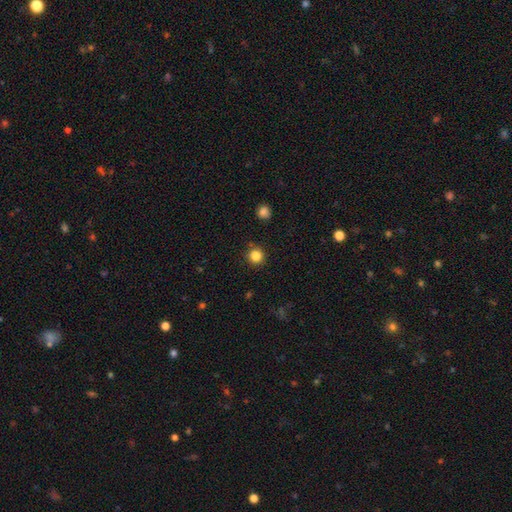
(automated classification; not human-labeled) The model was most divided on "smooth or featured": smooth: 84%, star or artifact: 12%, featured or disk: 4%. More confident: how rounded — round (94%); merging — none (90%).